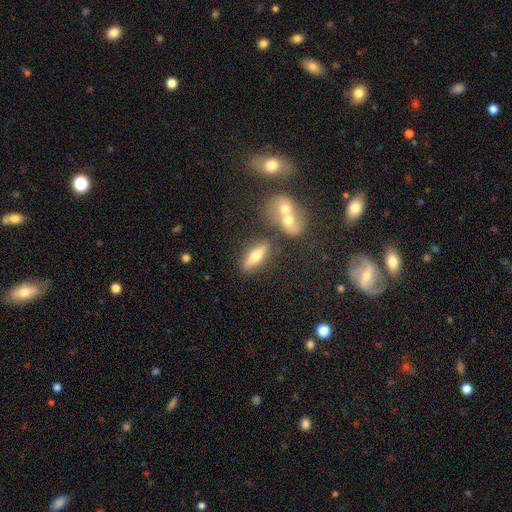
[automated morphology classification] This appears to be a smooth galaxy with no disk features (53%) that is cigar-shaped (48%). Merging: none (71%).